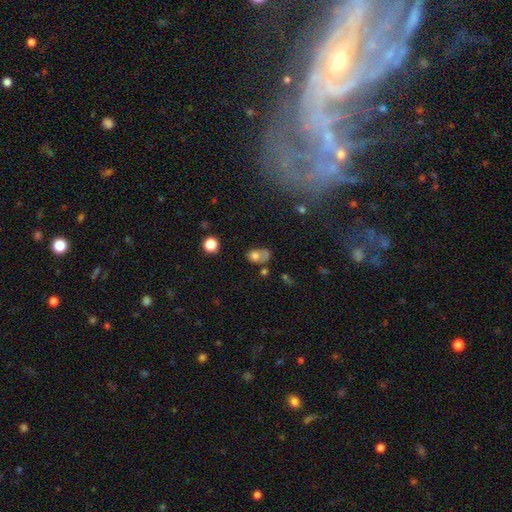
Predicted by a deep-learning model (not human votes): smooth_or_featured: smooth (p=0.69) [alt: featured or disk p=0.19]
how_rounded: in between (p=0.67) [alt: round p=0.32]
merging: none (p=0.34) [alt: minor disturbance p=0.25]